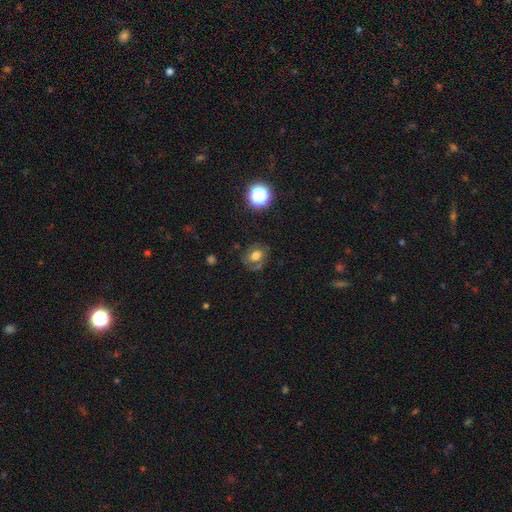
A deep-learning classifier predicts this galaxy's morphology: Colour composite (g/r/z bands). It shows a smooth galaxy with no disk features (56%) that is in between round and cigar-shaped (50%). Merging: none (70%).